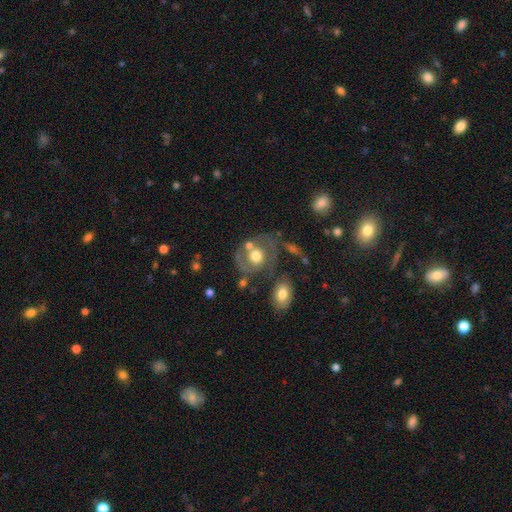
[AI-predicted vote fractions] The model was most divided on "smooth or featured": featured or disk: 51%, smooth: 42%, star or artifact: 8%. More confident: edge-on disk — no (96%); merging — none (53%).